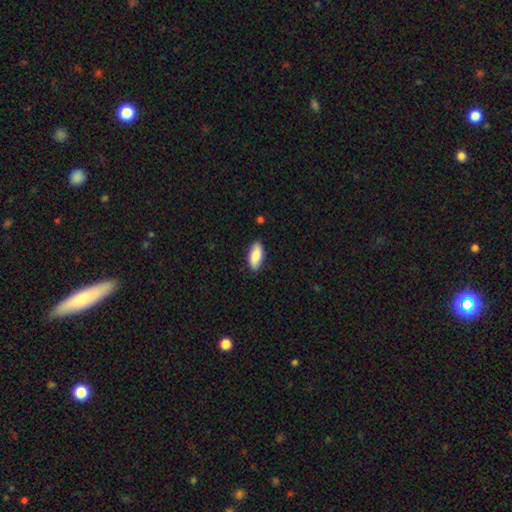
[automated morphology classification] The model was most divided on "smooth or featured": smooth: 83%, featured or disk: 11%, star or artifact: 6%. More confident: how rounded — in between (89%); merging — none (86%).